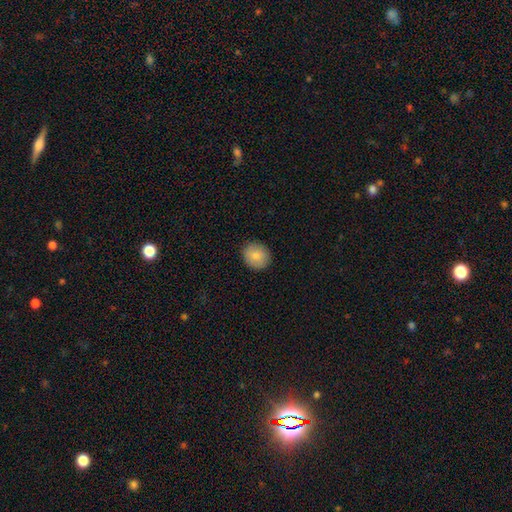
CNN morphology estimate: smooth 82%, featured or disk 10%, star or artifact 8%. Down the decision tree: how rounded — round (78%); merging — none (90%).